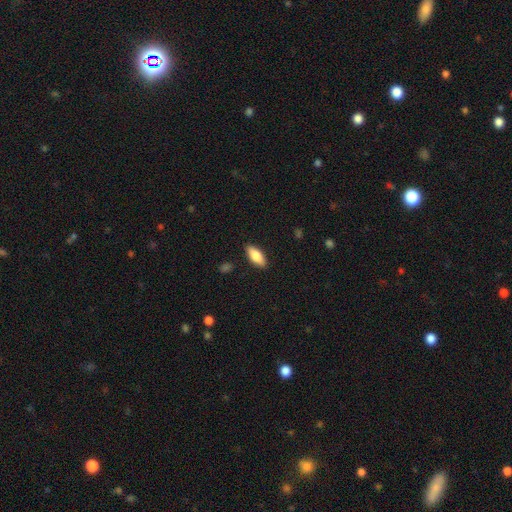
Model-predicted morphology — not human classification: The model was most divided on "how rounded": in between: 80%, cigar-shaped: 18%, round: 2%. More confident: merging — none (88%); smooth or featured — smooth (80%).